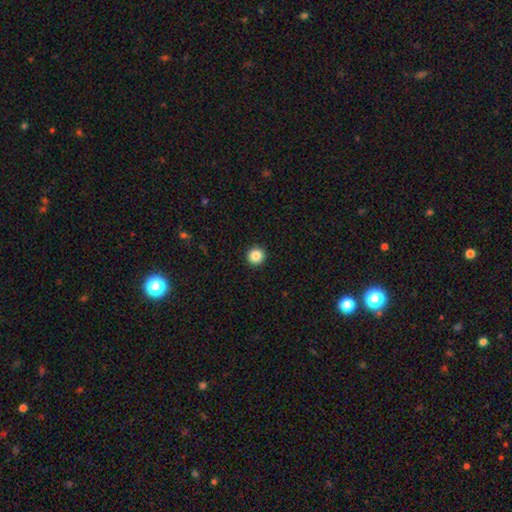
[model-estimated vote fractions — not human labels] smooth_or_featured: smooth (p=0.86) [alt: star or artifact p=0.10]
how_rounded: round (p=0.95) [alt: in between p=0.04]
merging: none (p=0.93) [alt: minor disturbance p=0.04]